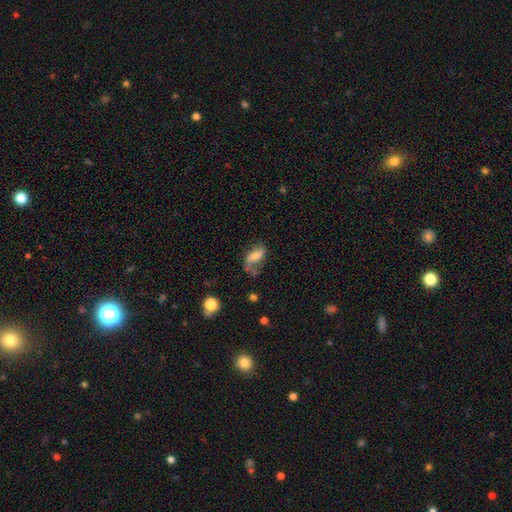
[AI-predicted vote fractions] Smooth or featured?
  - featured or disk: 48% *
  - smooth: 43%
  - star or artifact: 9%
Merging?
  - none: 37% *
  - major disturbance: 32%
  - minor disturbance: 25%
  - merger: 6%